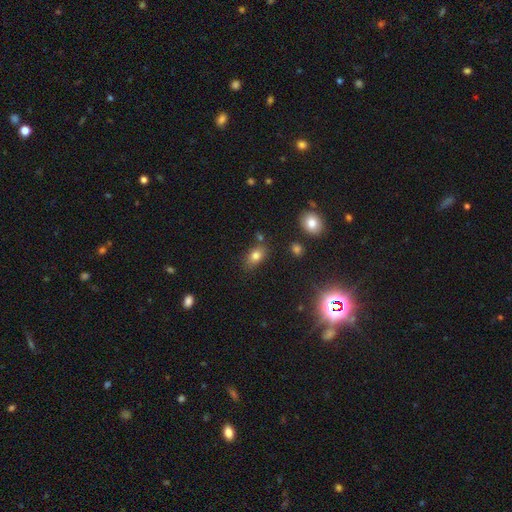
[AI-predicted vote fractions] Smooth or featured? smooth (77%)
How rounded? in between (83%)
Merging? none (75%)